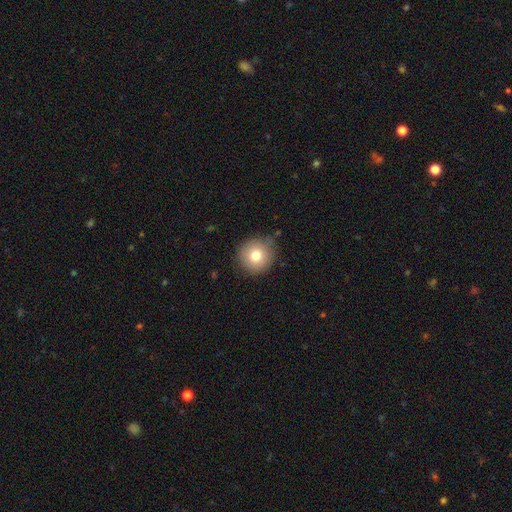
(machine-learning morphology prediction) This is likely a smooth galaxy (78%). How rounded: clearly round (93%). Merging: clearly none (84%).